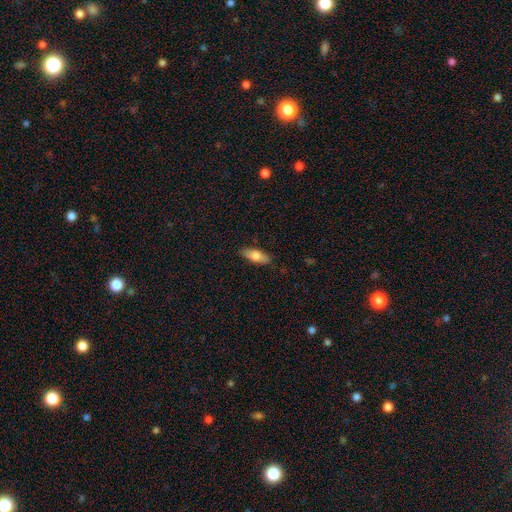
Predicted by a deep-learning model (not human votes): Morphology: type=smooth (73%); roundness=in between (69%); merging=none (86%).